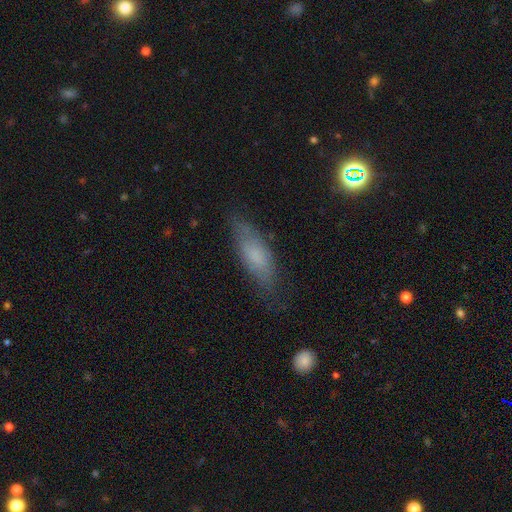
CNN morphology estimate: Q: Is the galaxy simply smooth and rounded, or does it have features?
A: smooth — 67%.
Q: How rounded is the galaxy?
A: in between — 55%.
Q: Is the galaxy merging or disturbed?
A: none — 69%.